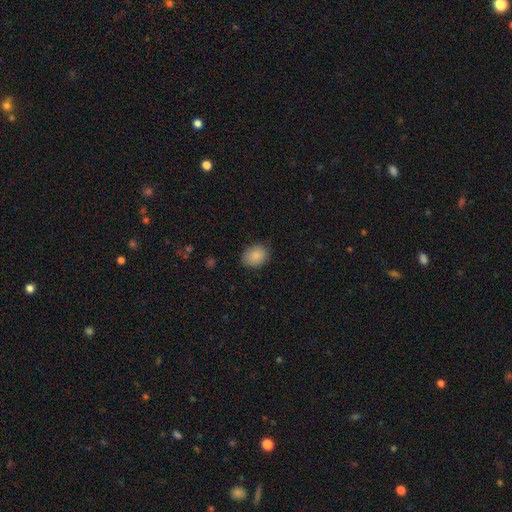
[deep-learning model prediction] Overall: smooth (86%). How rounded: in between (57%; round 42%). Merging: none (81%).